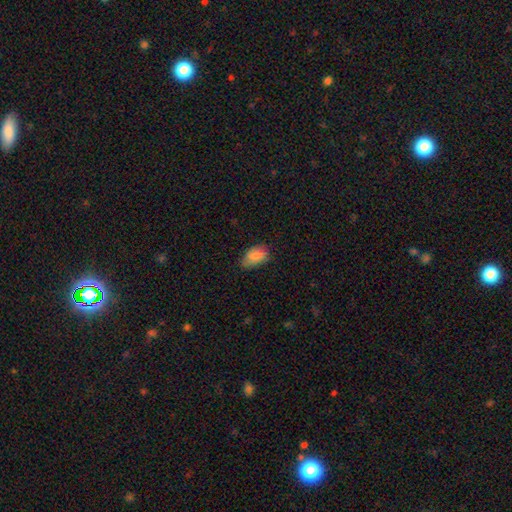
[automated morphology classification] This is clearly a smooth galaxy (86%). How rounded: clearly in between (91%). Merging: likely none (64%).